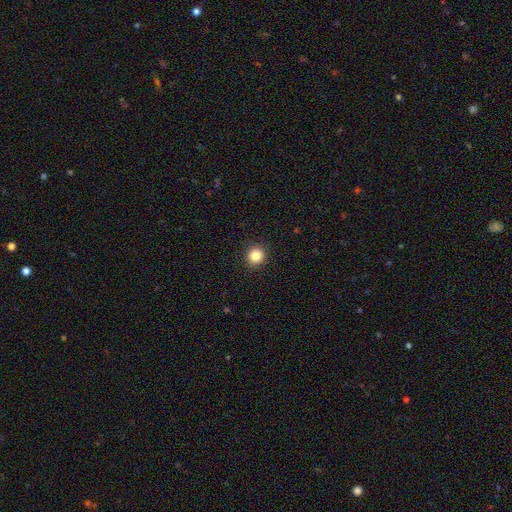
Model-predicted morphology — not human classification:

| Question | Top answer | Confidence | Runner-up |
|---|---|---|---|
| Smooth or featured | smooth | 85% | star or artifact (11%) |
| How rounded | round | 91% | in between (8%) |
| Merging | none | 92% | minor disturbance (5%) |